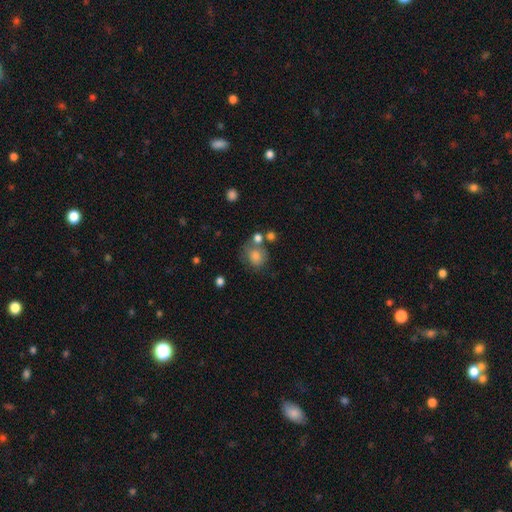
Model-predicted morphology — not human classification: The model was most divided on "merging": none: 56%, merger: 18%, minor disturbance: 18%, major disturbance: 9%. More confident: smooth or featured — smooth (80%); how rounded — round (74%).